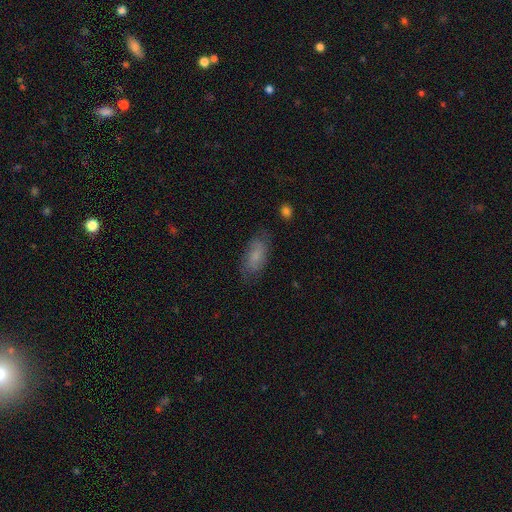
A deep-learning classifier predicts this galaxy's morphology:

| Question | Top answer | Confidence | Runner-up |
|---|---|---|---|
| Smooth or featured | smooth | 68% | featured or disk (23%) |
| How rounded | in between | 86% | cigar-shaped (11%) |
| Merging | none | 75% | minor disturbance (18%) |